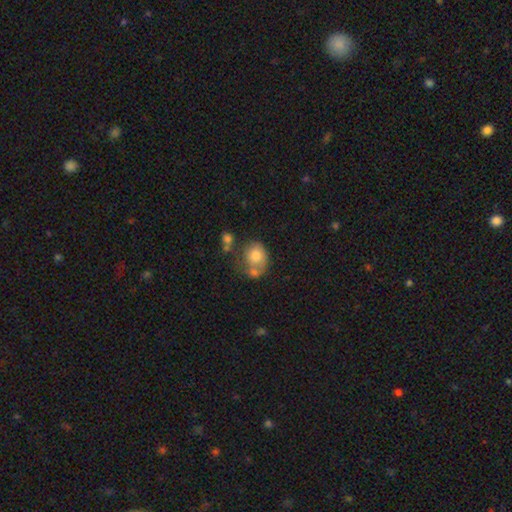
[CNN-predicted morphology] smooth_or_featured: smooth (p=0.73) [alt: featured or disk p=0.19]
how_rounded: round (p=0.65) [alt: in between p=0.35]
merging: none (p=0.37) [alt: merger p=0.33]